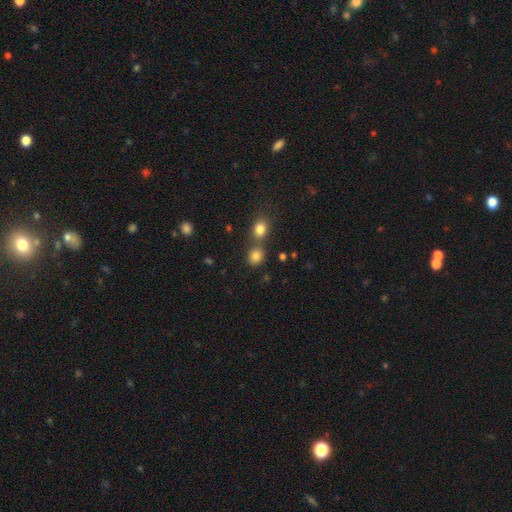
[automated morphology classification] This appears to be a smooth galaxy with no disk features (82%) that is round (71%). Merging: none (61%).